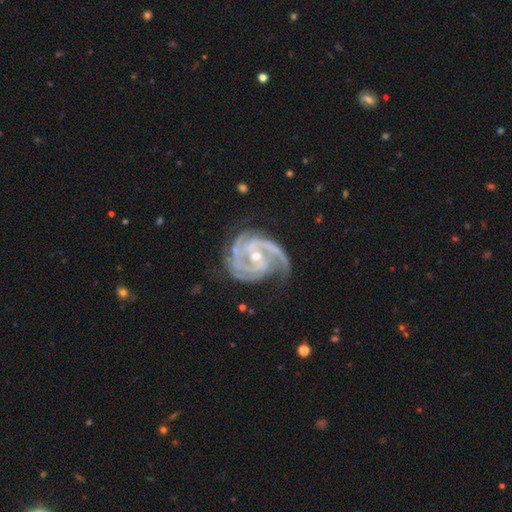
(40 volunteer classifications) This appears to be a featured or disk galaxy (98%) with a weak bar (54%), 3 (62%) tight (64%) spiral arms (100%) and a moderate central bulge (72%). Merging: none (60%).